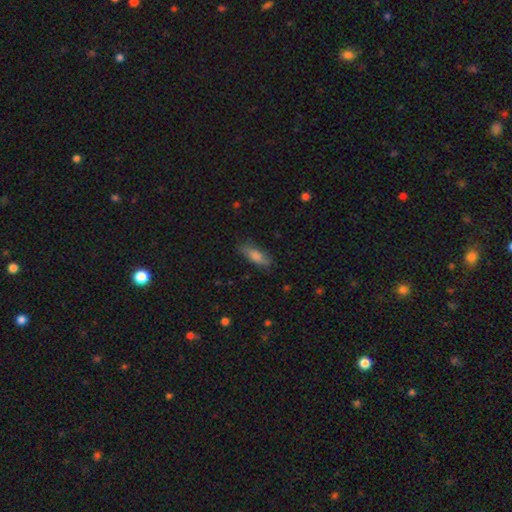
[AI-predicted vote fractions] Overall: smooth (75%). How rounded: in between (53%; cigar-shaped 45%). Merging: none (80%).